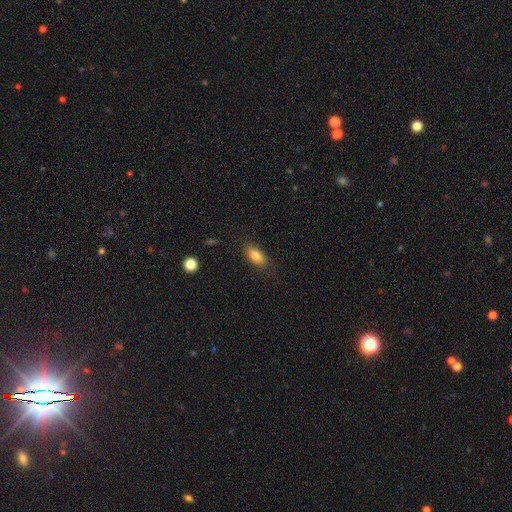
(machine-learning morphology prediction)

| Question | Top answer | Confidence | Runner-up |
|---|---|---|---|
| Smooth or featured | smooth | 81% | featured or disk (11%) |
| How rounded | in between | 84% | cigar-shaped (11%) |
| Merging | none | 82% | minor disturbance (13%) |